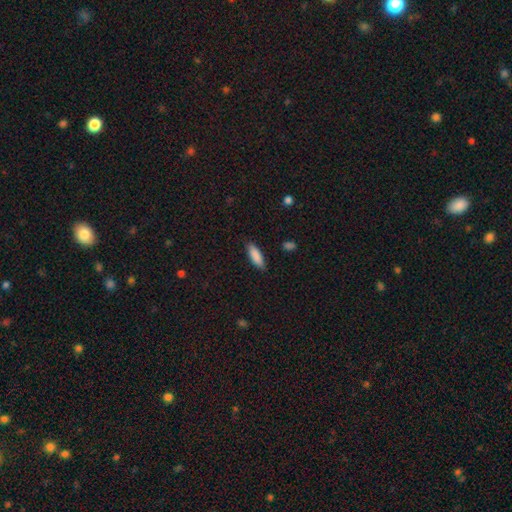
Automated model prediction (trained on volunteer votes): Smooth or featured?
  - smooth: 88% *
  - featured or disk: 6%
  - star or artifact: 6%
How rounded?
  - in between: 58% *
  - cigar-shaped: 41%
  - round: 2%
Merging?
  - none: 86% *
  - minor disturbance: 11%
  - major disturbance: 2%
  - merger: 1%